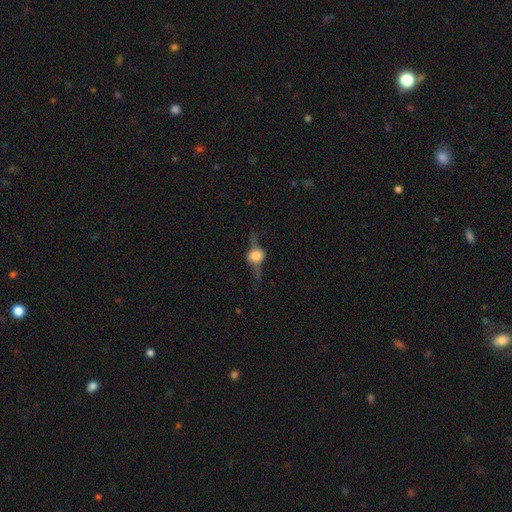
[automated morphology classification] type=featured or disk (68%); edge-on=yes (89%); edge-on bulge=rounded (94%); merging=none (67%).